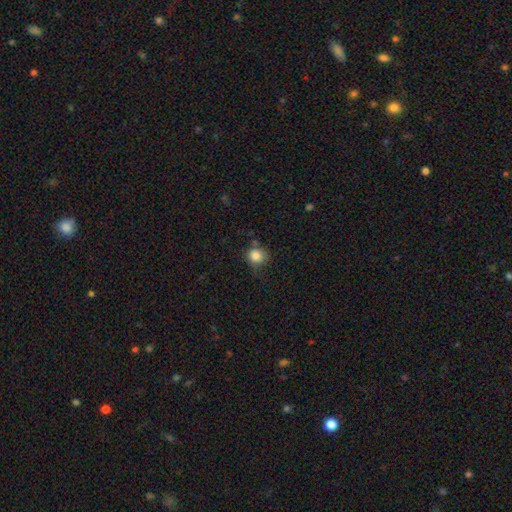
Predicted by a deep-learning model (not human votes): Smooth or featured? Predicted: smooth (p=0.85). How rounded? Predicted: round (p=0.82). Merging? Predicted: none (p=0.64).